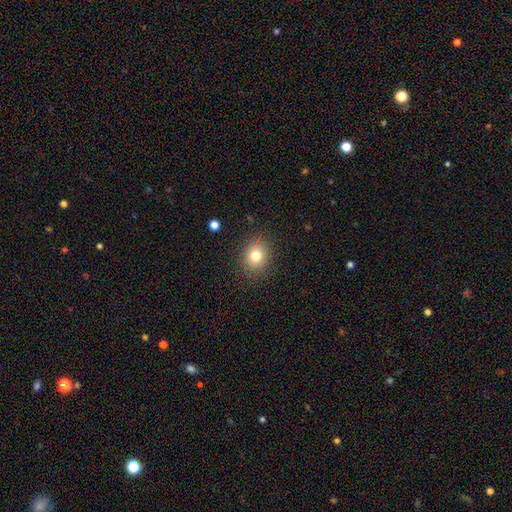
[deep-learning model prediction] Morphology: type=smooth (78%); roundness=round (66%); merging=none (86%).